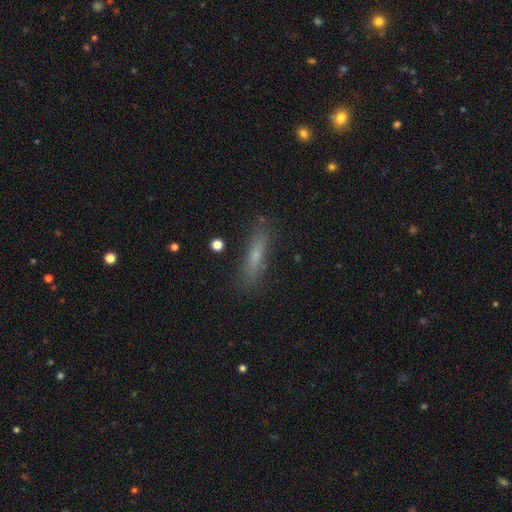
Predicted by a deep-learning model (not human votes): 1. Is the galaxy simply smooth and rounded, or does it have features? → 62% smooth, 28% featured or disk, 10% star or artifact.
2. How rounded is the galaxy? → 79% cigar-shaped, 19% in between, 2% round.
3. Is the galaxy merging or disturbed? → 82% none, 12% minor disturbance, 3% major disturbance, 2% merger.